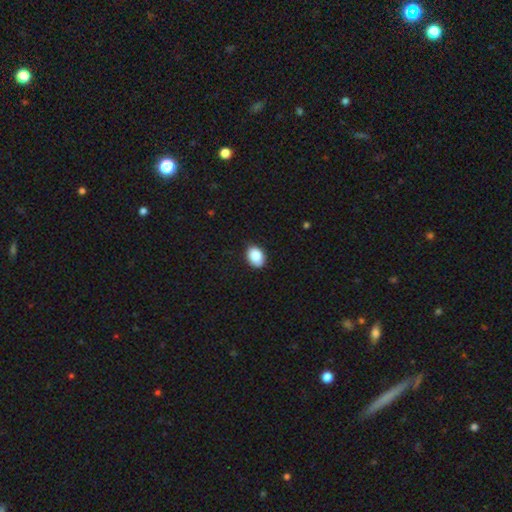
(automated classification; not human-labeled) smooth-or-featured: smooth: 88% | star or artifact: 7% | featured or disk: 4%
  how-rounded: in between: 77% | round: 22% | cigar-shaped: 1%
  merging: none: 83% | minor disturbance: 14% | major disturbance: 2% | merger: 1%